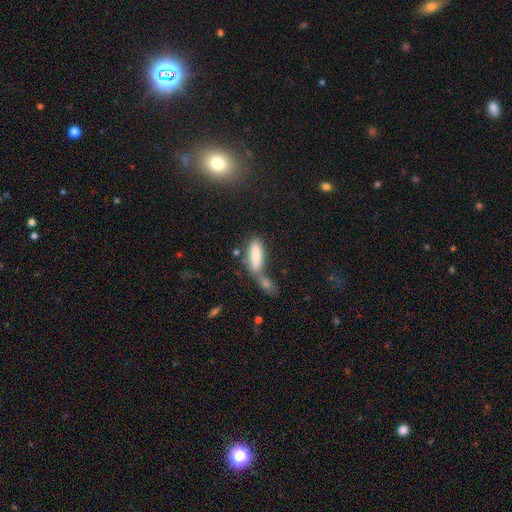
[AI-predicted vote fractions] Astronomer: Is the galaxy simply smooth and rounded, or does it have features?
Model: smooth — 82%.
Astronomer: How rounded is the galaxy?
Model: in between — 61% (runner-up: cigar-shaped, 36%).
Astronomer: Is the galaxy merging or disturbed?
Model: merger — 49% (runner-up: none, 33%).